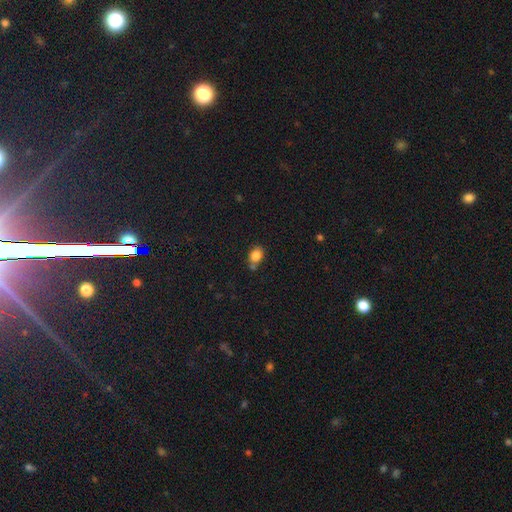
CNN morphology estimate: Smooth or featured? smooth (83%)
How rounded? in between (59%)
Merging? none (56%)